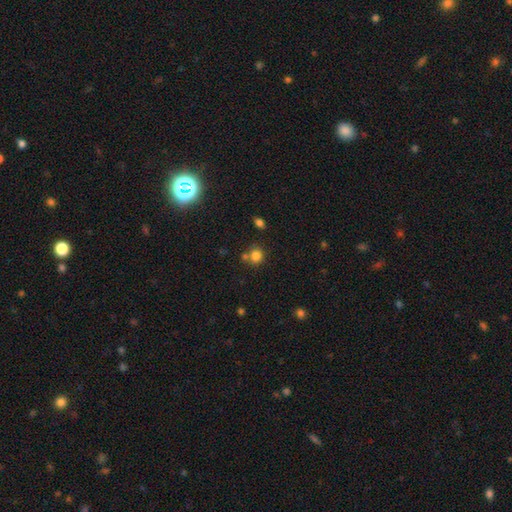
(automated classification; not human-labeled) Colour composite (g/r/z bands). It shows a smooth galaxy with no disk features (80%) that is round (84%). Merging: none (65%).